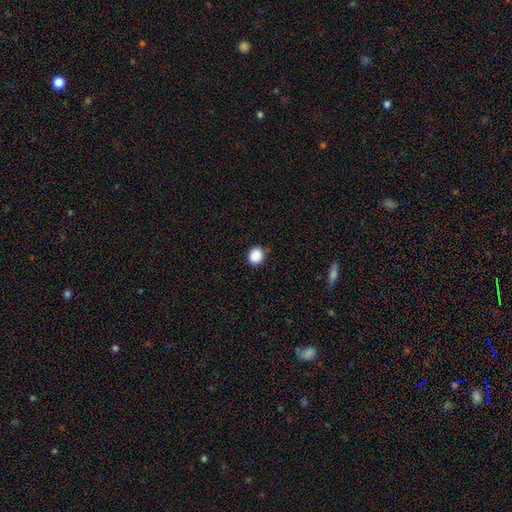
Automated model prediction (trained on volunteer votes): smooth 89%, star or artifact 9%, featured or disk 2%. Down the decision tree: how rounded — round (75%); merging — none (86%).